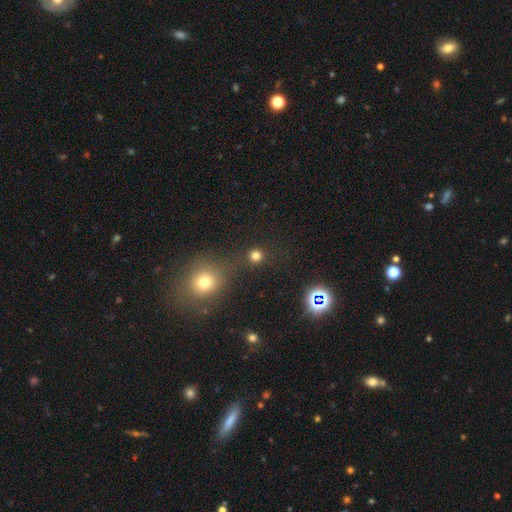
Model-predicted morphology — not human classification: smooth-or-featured: smooth: 75% | star or artifact: 20% | featured or disk: 5%
  how-rounded: round: 92% | in between: 6% | cigar-shaped: 1%
  merging: none: 80% | merger: 9% | minor disturbance: 7% | major disturbance: 4%